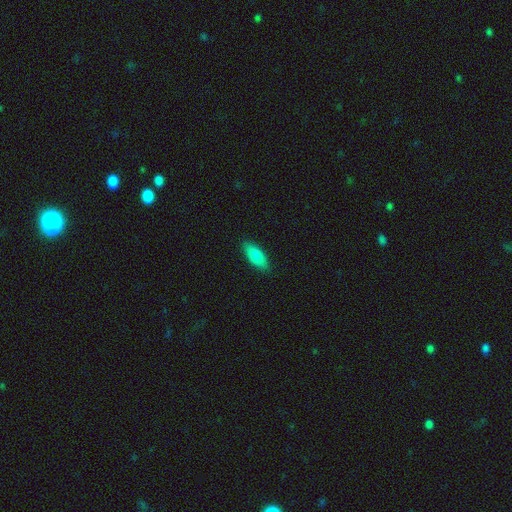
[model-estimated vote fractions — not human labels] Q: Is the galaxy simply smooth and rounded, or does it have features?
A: smooth — 85%.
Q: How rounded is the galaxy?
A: in between — 76%.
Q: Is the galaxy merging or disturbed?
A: none — 87%.